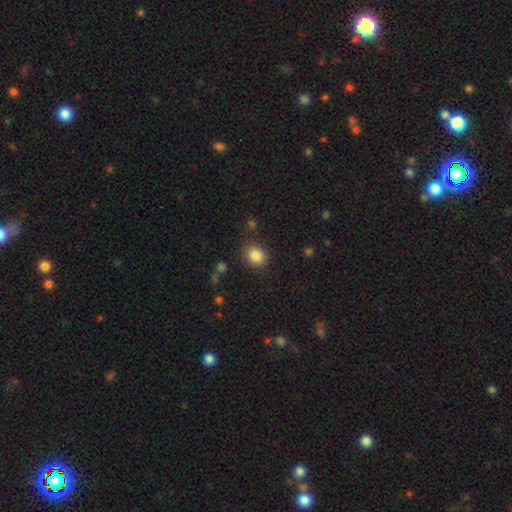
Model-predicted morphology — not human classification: Overall: smooth (85%). How rounded: round (66%; in between 33%). Merging: none (84%).